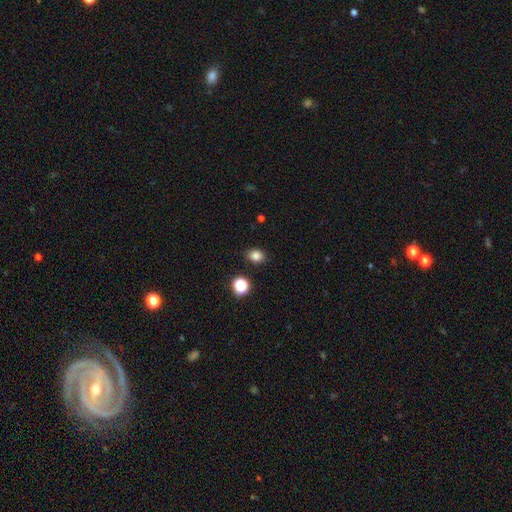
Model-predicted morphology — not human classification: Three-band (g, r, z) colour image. It shows a smooth galaxy with no disk features (82%) that is round (50%). Merging: none (85%).